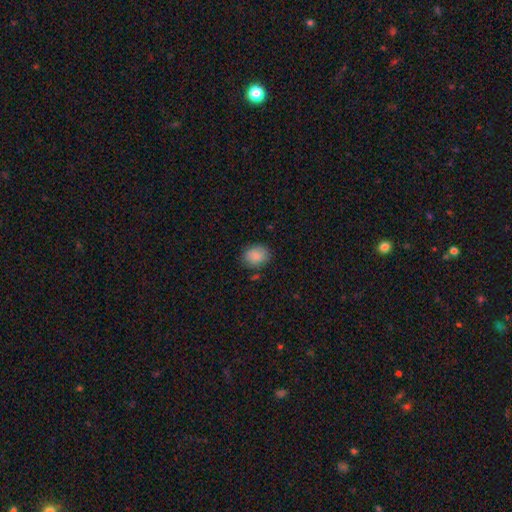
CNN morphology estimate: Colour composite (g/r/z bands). It shows a smooth galaxy with no disk features (87%) that is in between round and cigar-shaped (51%). Merging: none (80%).